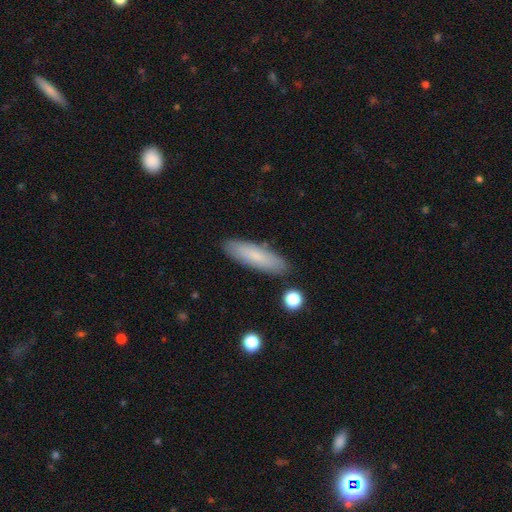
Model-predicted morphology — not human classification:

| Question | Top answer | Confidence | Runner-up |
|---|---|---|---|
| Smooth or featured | smooth | 75% | featured or disk (18%) |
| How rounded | cigar-shaped | 66% | in between (32%) |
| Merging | none | 87% | minor disturbance (9%) |